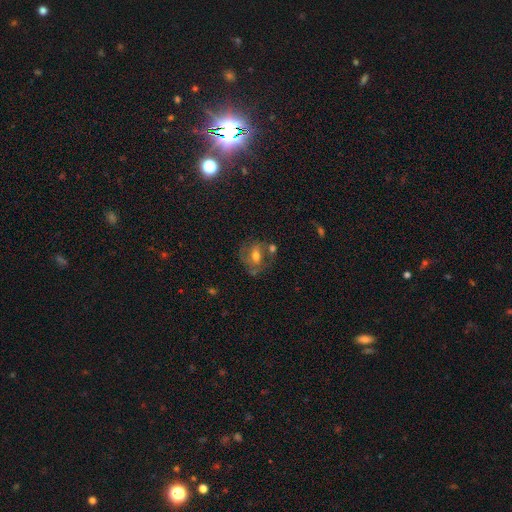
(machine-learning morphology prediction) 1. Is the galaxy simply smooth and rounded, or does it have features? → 51% featured or disk, 38% smooth, 12% star or artifact.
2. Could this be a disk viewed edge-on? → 93% no, 7% yes.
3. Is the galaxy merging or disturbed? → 54% none, 19% minor disturbance, 16% merger, 11% major disturbance.